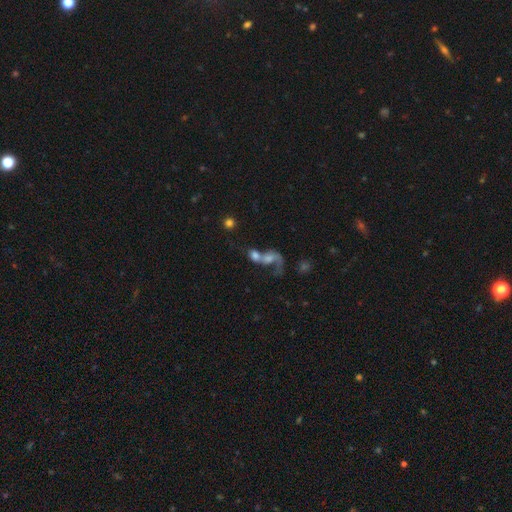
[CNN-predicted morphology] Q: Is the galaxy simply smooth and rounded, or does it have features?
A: smooth — 46%.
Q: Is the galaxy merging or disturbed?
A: merger — 73%.